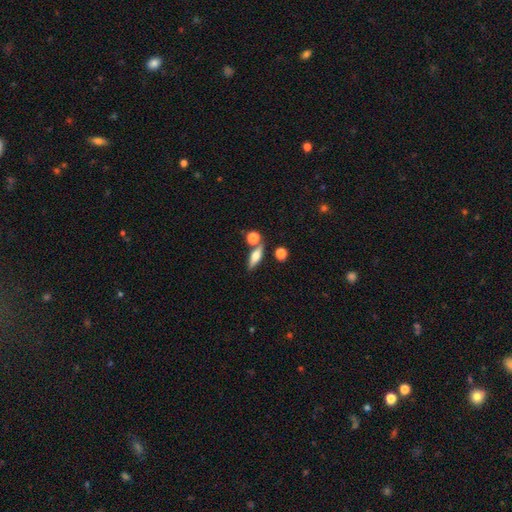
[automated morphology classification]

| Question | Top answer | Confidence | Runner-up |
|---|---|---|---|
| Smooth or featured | smooth | 55% | featured or disk (36%) |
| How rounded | cigar-shaped | 46% | in between (45%) |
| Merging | none | 69% | merger (15%) |